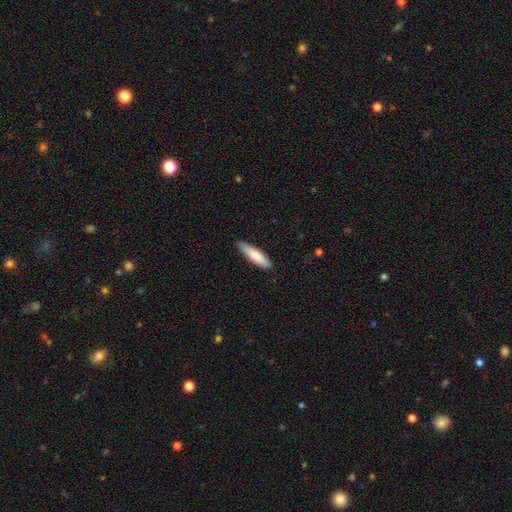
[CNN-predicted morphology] Smooth or featured? Predicted: smooth (p=0.79). How rounded? Predicted: cigar-shaped (p=0.73). Merging? Predicted: none (p=0.87).